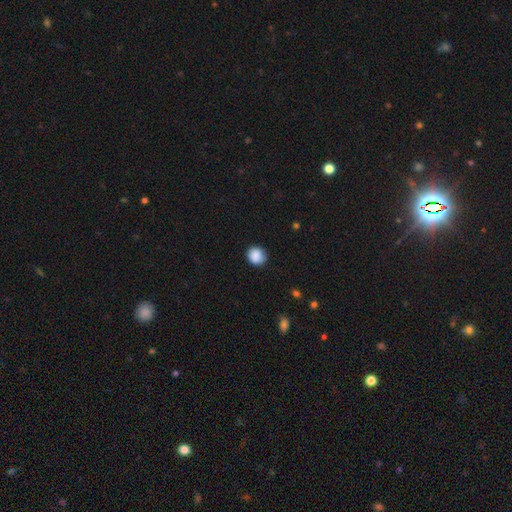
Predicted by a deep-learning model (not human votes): smooth_or_featured: smooth (p=0.88) [alt: star or artifact p=0.08]
how_rounded: round (p=0.86) [alt: in between p=0.13]
merging: none (p=0.85) [alt: minor disturbance p=0.12]